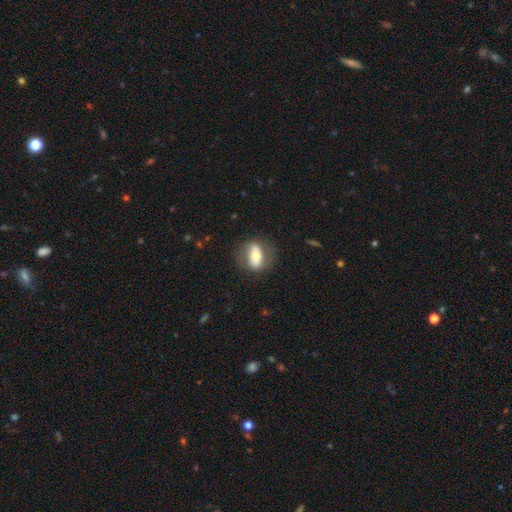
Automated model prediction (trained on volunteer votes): Smooth or featured?
  - featured or disk: 47% *
  - smooth: 46%
  - star or artifact: 7%
Merging?
  - none: 72% *
  - minor disturbance: 17%
  - major disturbance: 9%
  - merger: 2%